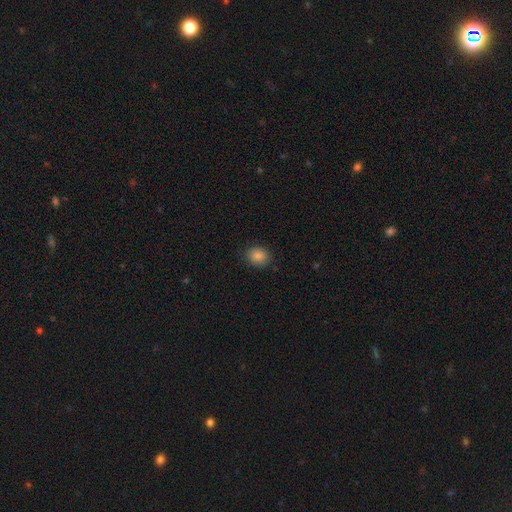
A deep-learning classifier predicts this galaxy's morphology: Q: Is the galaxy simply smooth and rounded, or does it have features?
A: smooth — 83%.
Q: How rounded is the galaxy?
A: round — 67%.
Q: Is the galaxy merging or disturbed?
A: none — 88%.